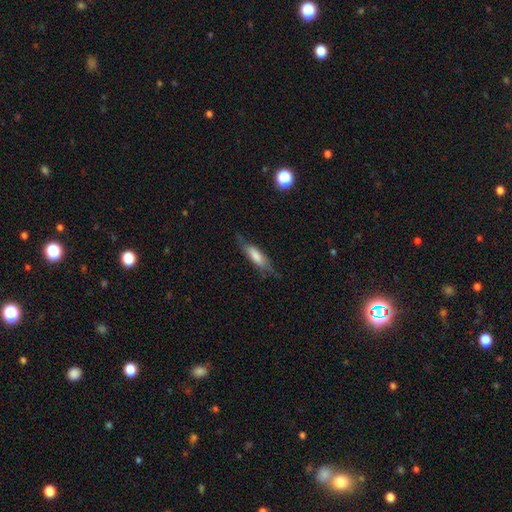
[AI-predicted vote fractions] Smooth or featured? smooth (58%)
How rounded? cigar-shaped (65%)
Merging? none (71%)